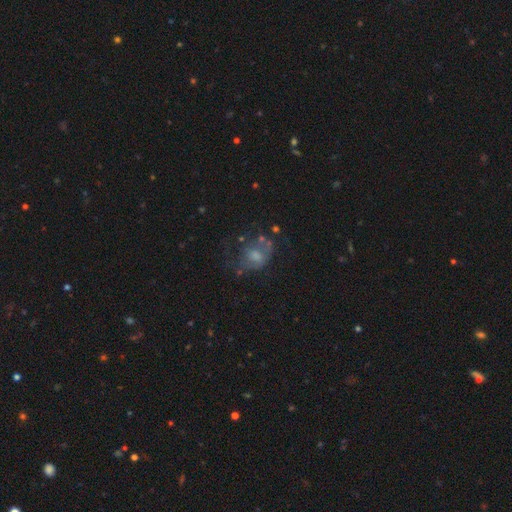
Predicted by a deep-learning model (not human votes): Smooth or featured?
  - smooth: 48% *
  - featured or disk: 39%
  - star or artifact: 13%
Merging?
  - major disturbance: 34% * (tied)
  - none: 34% * (tied)
  - minor disturbance: 24%
  - merger: 8%